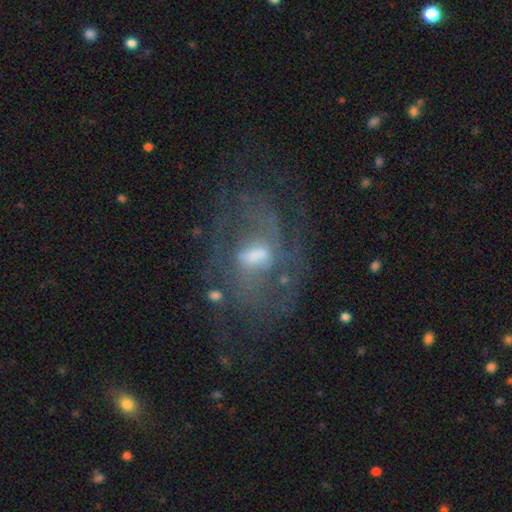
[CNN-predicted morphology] smooth-or-featured: featured or disk: 76% | smooth: 13% | star or artifact: 10%
  disk-edge-on: no: 95% | yes: 5%
    bar: weak: 51% | strong: 26% | no: 23%
    has-spiral-arms: yes: 71% | no: 29%
      spiral-winding: medium: 44% | loose: 28% | tight: 28%
      spiral-arm-count: 2: 50% | can't tell: 31% | 3: 6% | 1: 5% | 4: 3% | more than 4: 3%
    bulge-size: moderate: 48% | small: 32% | large: 11% | none: 8% | dominant: 2%
  merging: none: 56% | major disturbance: 22% | minor disturbance: 19% | merger: 4%